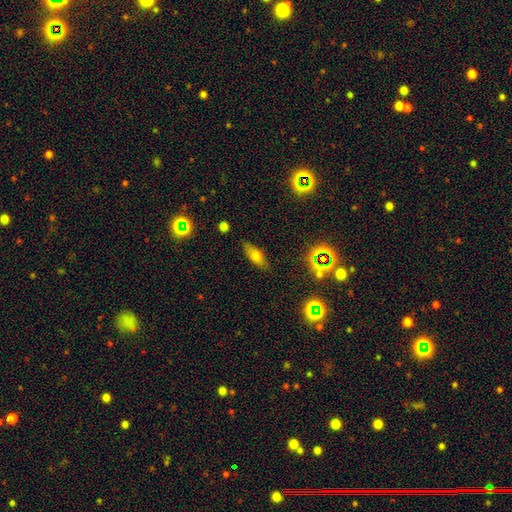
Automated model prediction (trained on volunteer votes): A smooth galaxy with no disk features (64%) that is in between round and cigar-shaped (67%). Merging: none (83%).